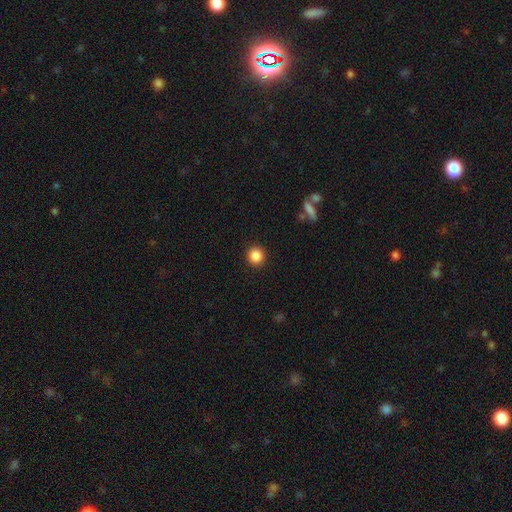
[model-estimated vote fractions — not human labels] This appears to be a smooth galaxy with no disk features (87%) that is round (92%). Merging: none (92%).